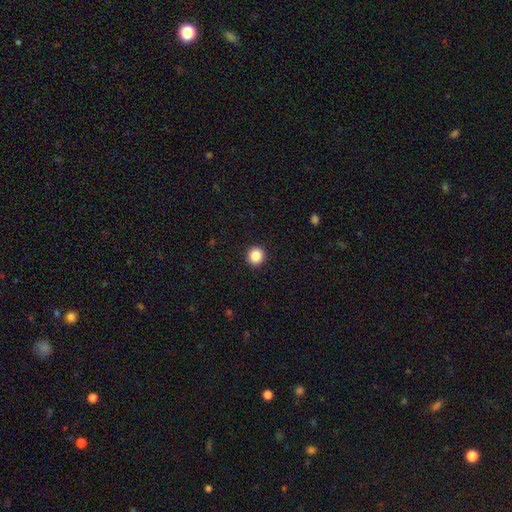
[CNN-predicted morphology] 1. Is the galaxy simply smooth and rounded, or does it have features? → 86% smooth, 10% star or artifact, 4% featured or disk.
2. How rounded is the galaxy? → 93% round, 6% in between, 1% cigar-shaped.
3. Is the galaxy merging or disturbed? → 93% none, 4% minor disturbance, 2% major disturbance, 1% merger.